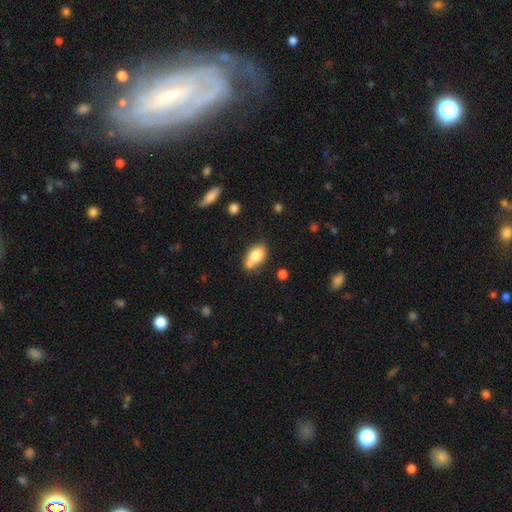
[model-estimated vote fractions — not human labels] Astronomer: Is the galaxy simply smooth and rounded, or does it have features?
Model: smooth — 79%.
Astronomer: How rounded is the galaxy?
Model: in between — 87%.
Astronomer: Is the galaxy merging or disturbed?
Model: none — 48% (runner-up: merger, 24%).